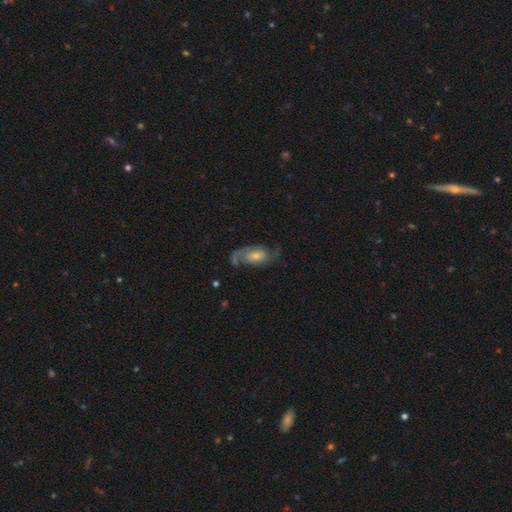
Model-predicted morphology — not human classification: This is likely a featured or disk galaxy (72%). It is clearly not viewed edge-on (95%). Bar: likely no (64%). Spiral arm pattern: clearly yes (90%). Spiral arm count: clearly 2 (80%). Spiral winding: marginally loose (43%). Central bulge: marginally small (43%). Merging: possibly none (58%).